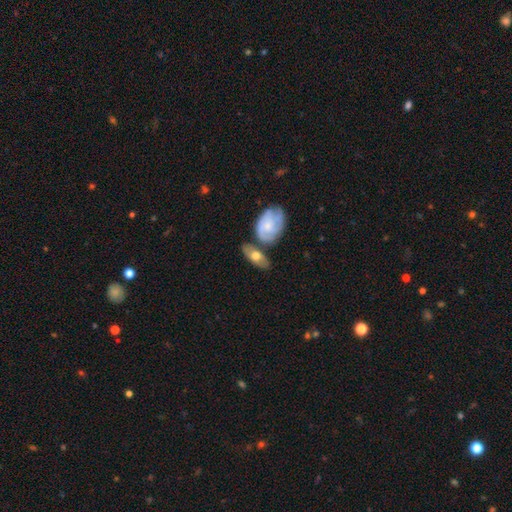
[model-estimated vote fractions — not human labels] A featured or disk galaxy (48%).

Vote fractions:
- Smooth or featured? featured or disk: 48% / smooth: 46% / star or artifact: 6%
- Merging? none: 54% / merger: 23% / minor disturbance: 17% / major disturbance: 6%